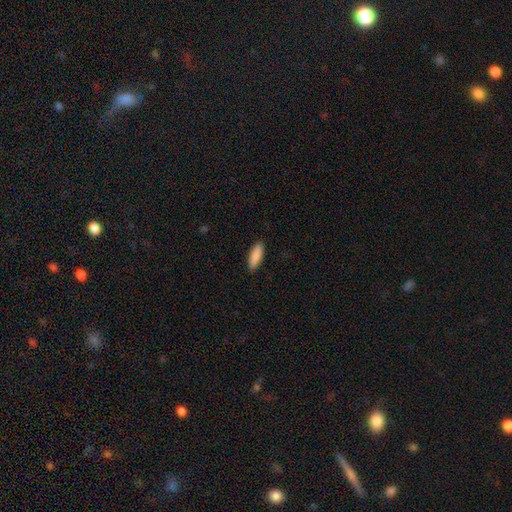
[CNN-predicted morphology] smooth_or_featured: smooth (p=0.89) [alt: star or artifact p=0.06]
how_rounded: cigar-shaped (p=0.51) [alt: in between p=0.48]
merging: none (p=0.90) [alt: minor disturbance p=0.08]